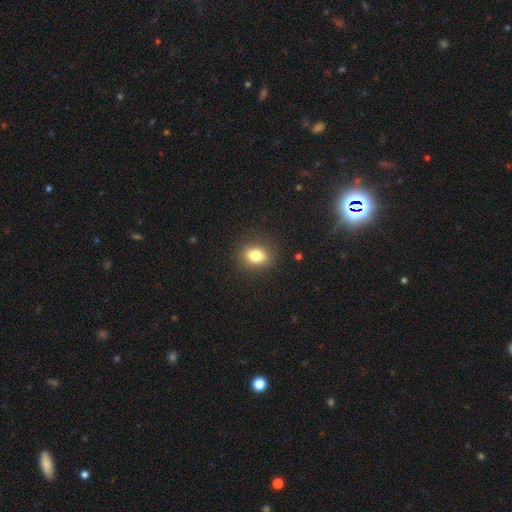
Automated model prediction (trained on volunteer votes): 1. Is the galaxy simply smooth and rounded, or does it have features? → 82% smooth, 10% star or artifact, 8% featured or disk.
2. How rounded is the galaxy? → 62% in between, 37% round, 2% cigar-shaped.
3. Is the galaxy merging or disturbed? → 87% none, 9% minor disturbance, 3% major disturbance, 1% merger.